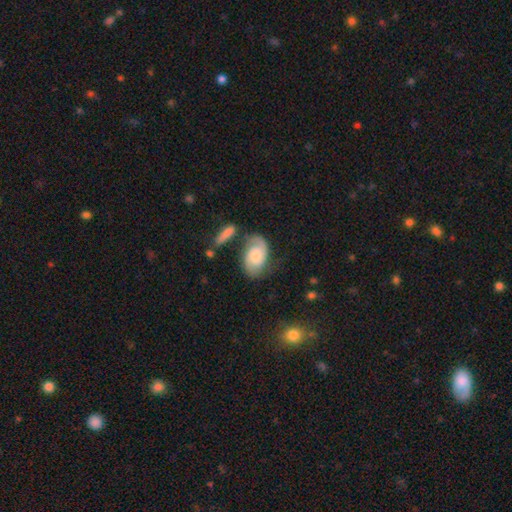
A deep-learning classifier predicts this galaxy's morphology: A featured or disk galaxy (67%) with no bar (66%), 2 (80%) medium (45%) spiral arms (92%) and a moderate central bulge (47%). Merging: none (56%).